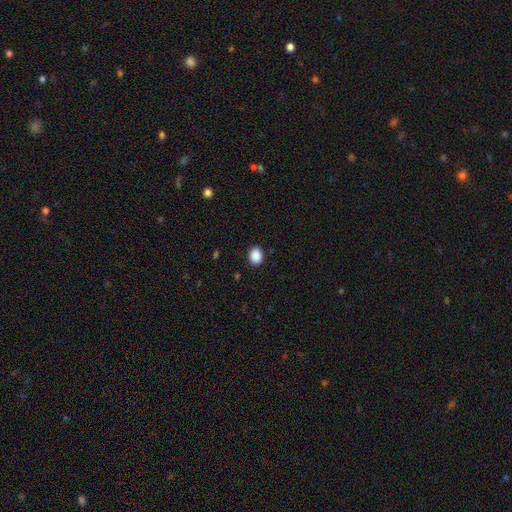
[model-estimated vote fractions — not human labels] A smooth galaxy with no disk features (89%) that is round (55%).

Vote fractions:
- Smooth or featured? smooth: 89% / star or artifact: 8% / featured or disk: 2%
- How rounded? round: 55% / in between: 44% / cigar-shaped: 1%
- Merging? none: 90% / minor disturbance: 7% / major disturbance: 2% / merger: 1%